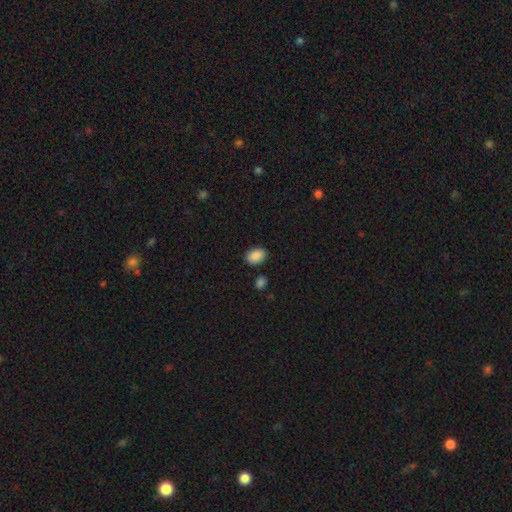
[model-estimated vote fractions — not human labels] Smooth or featured? Predicted: smooth (p=0.89). How rounded? Predicted: in between (p=0.77). Merging? Predicted: none (p=0.85).